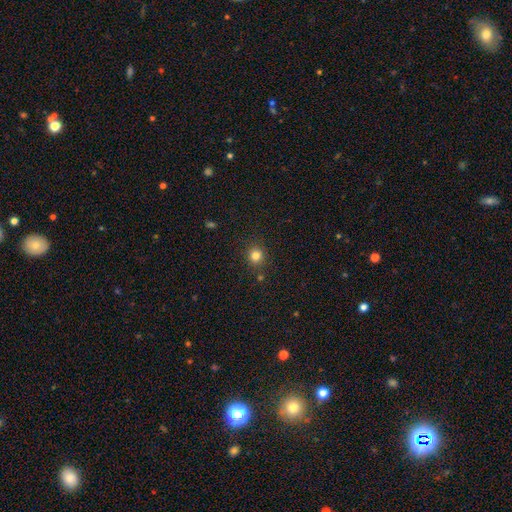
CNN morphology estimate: smooth-or-featured: smooth: 81% | star or artifact: 14% | featured or disk: 5%
  how-rounded: round: 92% | in between: 7% | cigar-shaped: 1%
  merging: none: 87% | minor disturbance: 7% | merger: 3% | major disturbance: 2%